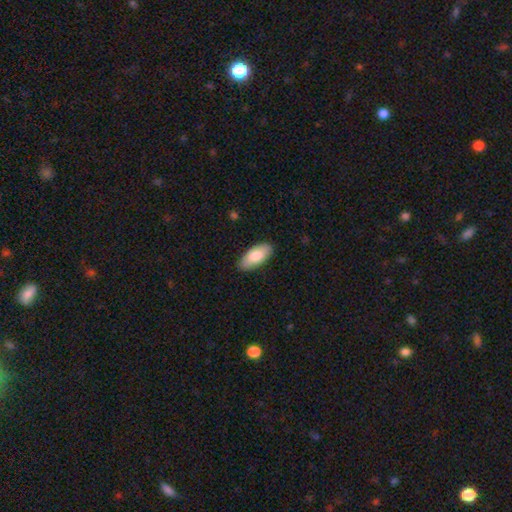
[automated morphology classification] Smooth or featured? smooth (82%)
How rounded? in between (90%)
Merging? none (88%)